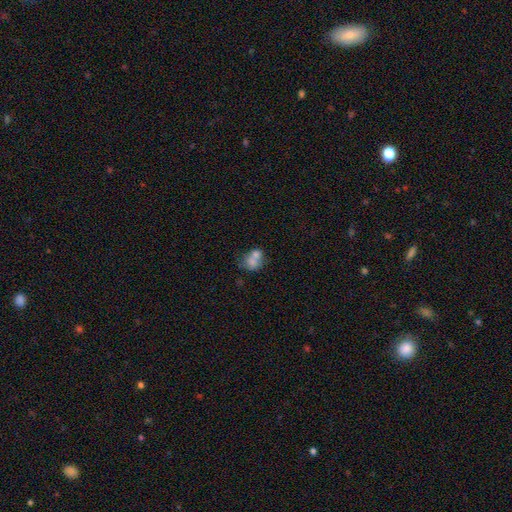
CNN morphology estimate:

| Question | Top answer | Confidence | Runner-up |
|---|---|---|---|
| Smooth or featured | smooth | 69% | featured or disk (20%) |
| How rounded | round | 51% | in between (47%) |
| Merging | merger | 59% | none (26%) |